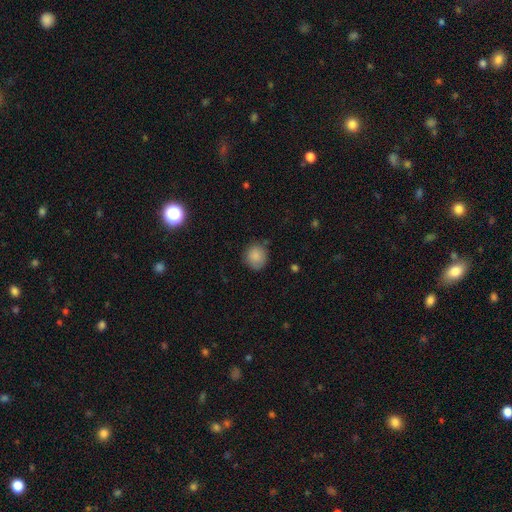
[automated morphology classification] The model was most divided on "merging": none: 77%, minor disturbance: 17%, major disturbance: 3%, merger: 2%. More confident: smooth or featured — smooth (86%); how rounded — round (85%).